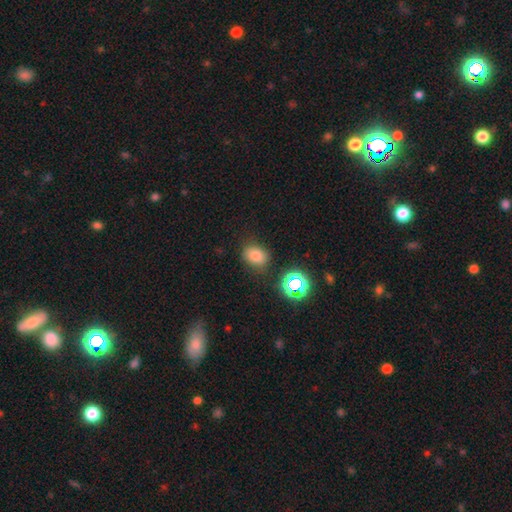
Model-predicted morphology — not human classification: smooth 75%, star or artifact 17%, featured or disk 8%. Down the decision tree: how rounded — in between (57%); merging — none (80%).